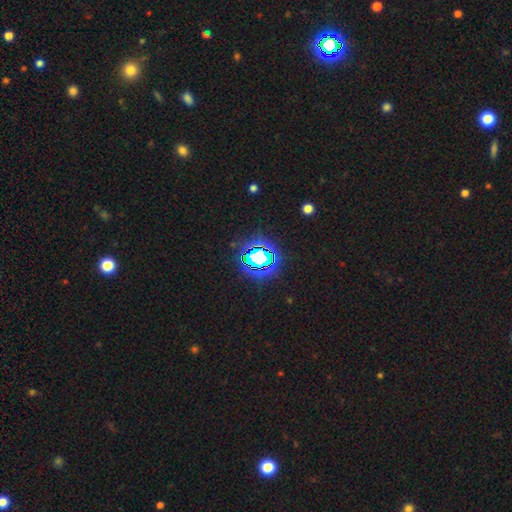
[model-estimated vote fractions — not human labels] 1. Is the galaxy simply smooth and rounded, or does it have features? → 70% star or artifact, 19% smooth, 12% featured or disk.